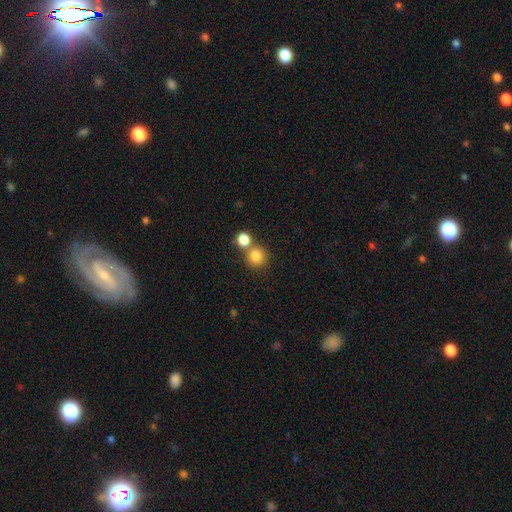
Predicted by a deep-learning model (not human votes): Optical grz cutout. It shows a smooth galaxy with no disk features (82%) that is round (90%). Merging: none (59%).